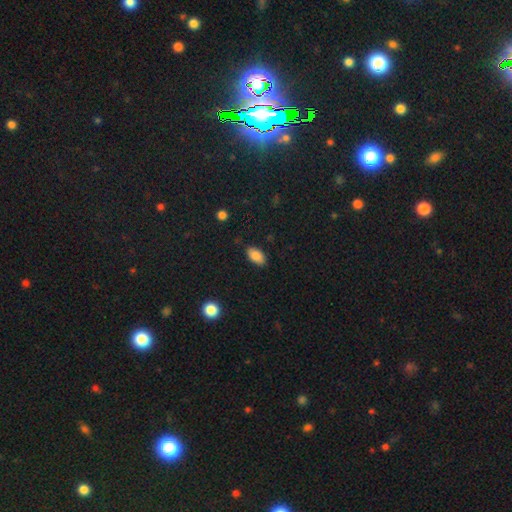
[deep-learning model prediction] Smooth or featured: smooth — 84% (featured or disk — 8%)
How rounded: in between — 93% (round — 4%)
Merging: none — 85% (minor disturbance — 12%)